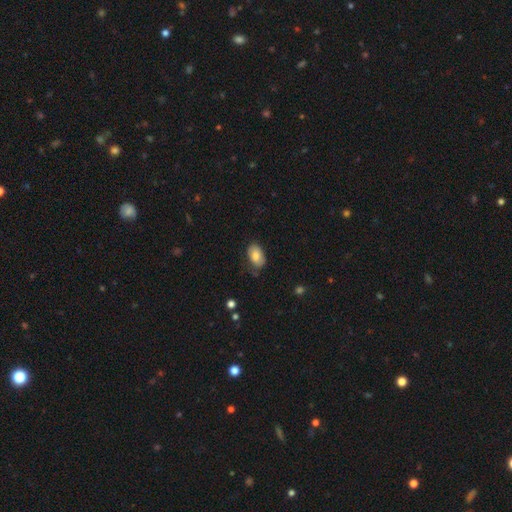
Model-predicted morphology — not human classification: A smooth galaxy with no disk features (77%) that is in between round and cigar-shaped (91%).

Vote fractions:
- Smooth or featured? smooth: 77% / featured or disk: 16% / star or artifact: 7%
- How rounded? in between: 91% / round: 8% / cigar-shaped: 1%
- Merging? none: 65% / minor disturbance: 26% / major disturbance: 7% / merger: 2%